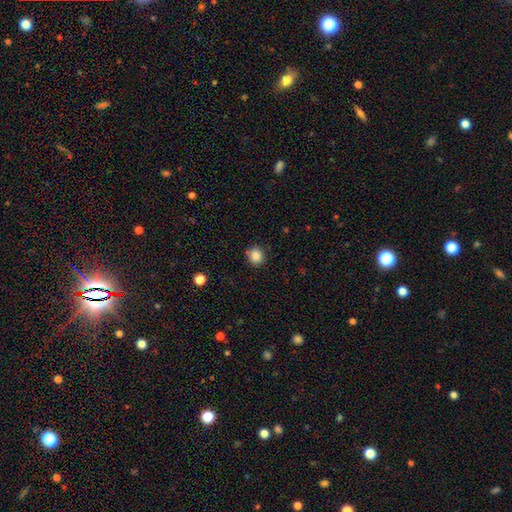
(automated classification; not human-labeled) Overall: smooth (86%). How rounded: round (85%). Merging: none (86%).